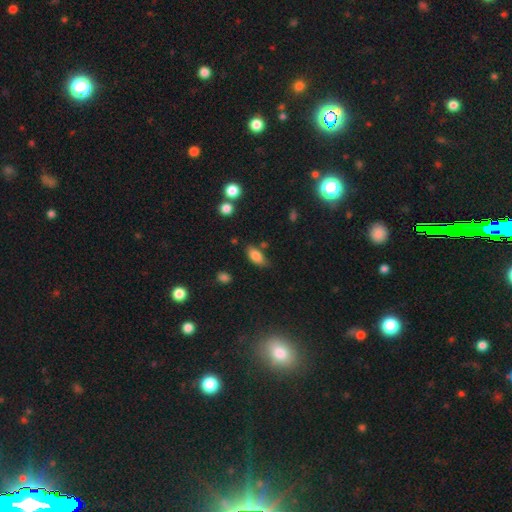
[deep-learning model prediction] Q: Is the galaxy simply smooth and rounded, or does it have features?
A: smooth — 81%.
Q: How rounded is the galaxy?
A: in between — 87%.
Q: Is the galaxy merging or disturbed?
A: none — 69%.